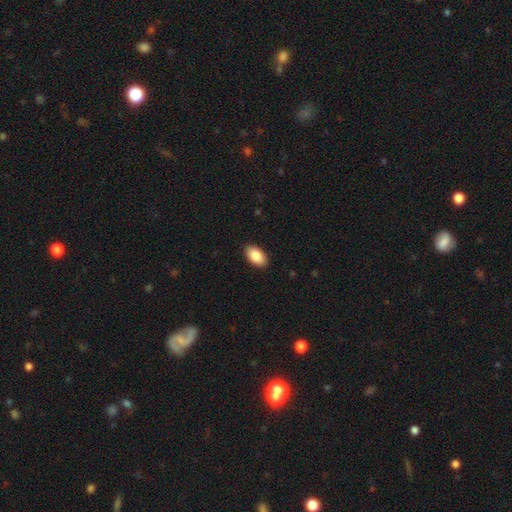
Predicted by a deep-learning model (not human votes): A smooth galaxy with no disk features (87%) that is in between round and cigar-shaped (95%).

Vote fractions:
- Smooth or featured? smooth: 87% / star or artifact: 7% / featured or disk: 6%
- How rounded? in between: 95% / round: 4% / cigar-shaped: 1%
- Merging? none: 91% / minor disturbance: 7% / major disturbance: 2% / merger: 1%